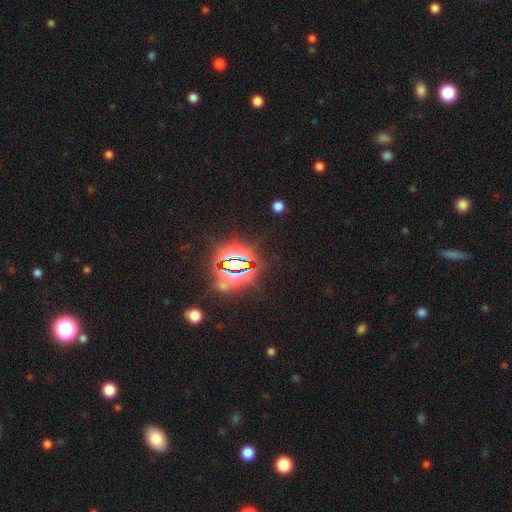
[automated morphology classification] Smooth or featured?
  - star or artifact: 84% *
  - smooth: 9%
  - featured or disk: 6%